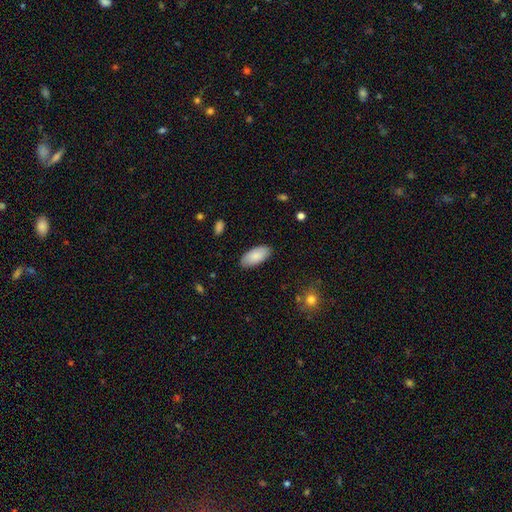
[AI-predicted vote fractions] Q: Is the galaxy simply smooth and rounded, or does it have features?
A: smooth — 87%.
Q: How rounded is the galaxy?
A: in between — 93%.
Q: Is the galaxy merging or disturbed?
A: none — 87%.